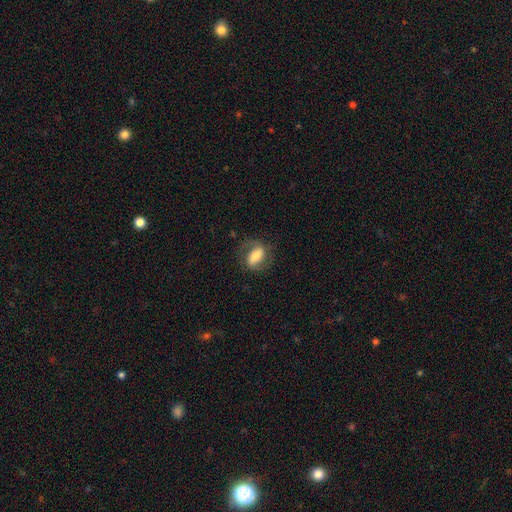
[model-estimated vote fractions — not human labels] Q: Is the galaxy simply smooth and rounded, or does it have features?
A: featured or disk — 50%.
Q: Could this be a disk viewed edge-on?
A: no — 94%.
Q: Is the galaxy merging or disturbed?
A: none — 71%.